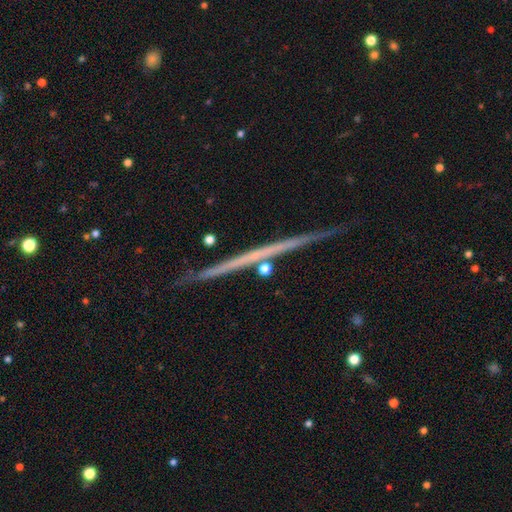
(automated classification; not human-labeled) smooth-or-featured: featured or disk: 73% | smooth: 19% | star or artifact: 8%
  disk-edge-on: yes: 98% | no: 2%
    edge-on-bulge: none: 81% | rounded: 14% | boxy: 4%
  merging: none: 86% | minor disturbance: 9% | merger: 3% | major disturbance: 2%